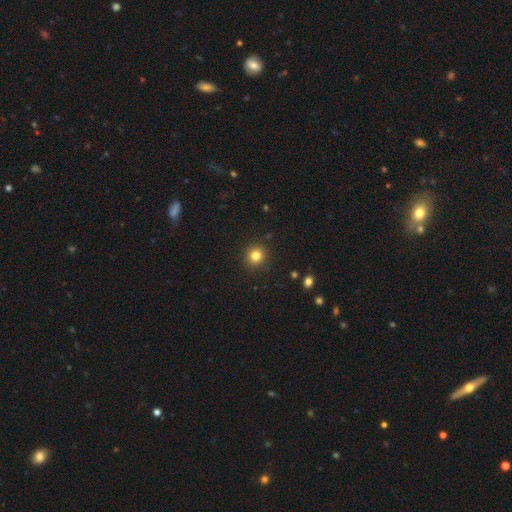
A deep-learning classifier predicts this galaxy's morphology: Overall: smooth (81%). How rounded: round (91%). Merging: none (91%).